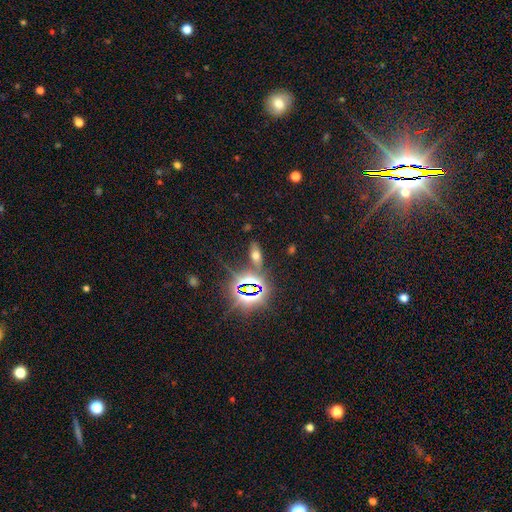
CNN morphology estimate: Smooth or featured?
  - smooth: 44% *
  - star or artifact: 39%
  - featured or disk: 17%
Merging?
  - none: 79% *
  - minor disturbance: 11%
  - merger: 5%
  - major disturbance: 4%